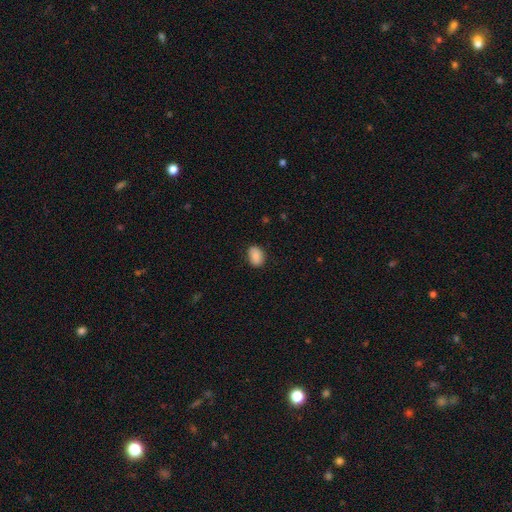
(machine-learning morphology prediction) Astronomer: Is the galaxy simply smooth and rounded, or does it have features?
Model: smooth — 87%.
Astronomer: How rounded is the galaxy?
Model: in between — 77%.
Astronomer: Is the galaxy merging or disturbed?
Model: none — 82%.